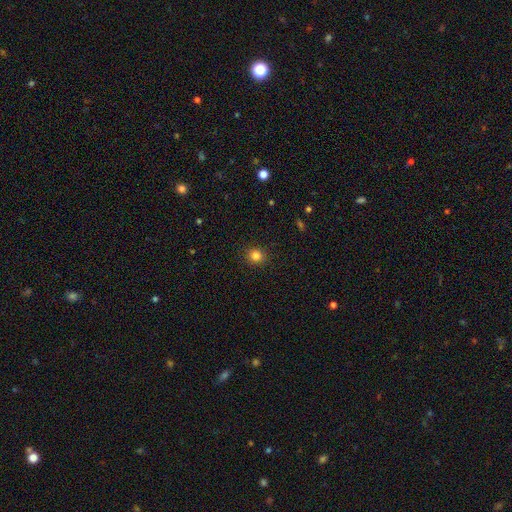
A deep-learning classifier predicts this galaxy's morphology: smooth_or_featured: smooth (p=0.83) [alt: star or artifact p=0.13]
how_rounded: round (p=0.88) [alt: in between p=0.11]
merging: none (p=0.91) [alt: minor disturbance p=0.06]